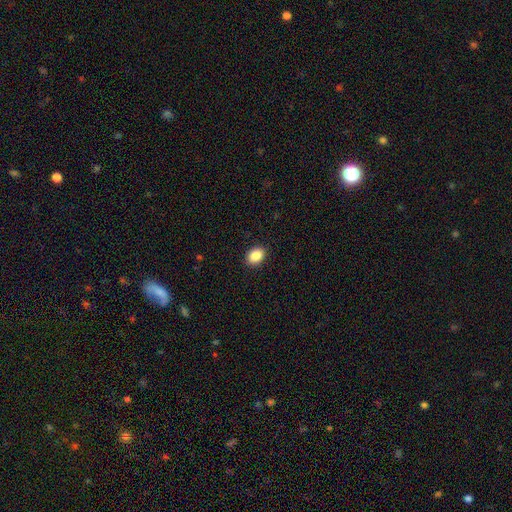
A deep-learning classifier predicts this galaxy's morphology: Smooth or featured? Predicted: smooth (p=0.87). How rounded? Predicted: in between (p=0.74). Merging? Predicted: none (p=0.90).